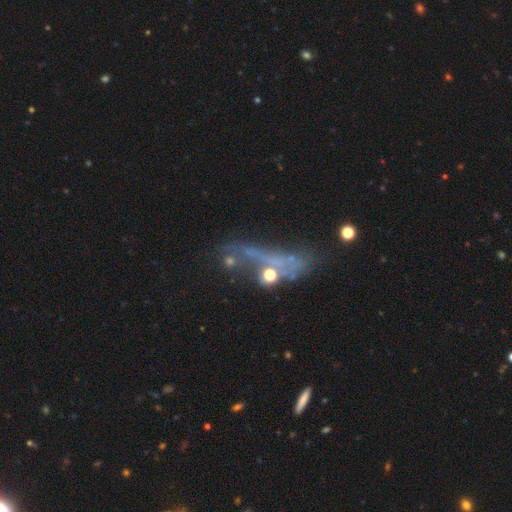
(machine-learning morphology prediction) type=featured or disk (45%); merging=none (31%).